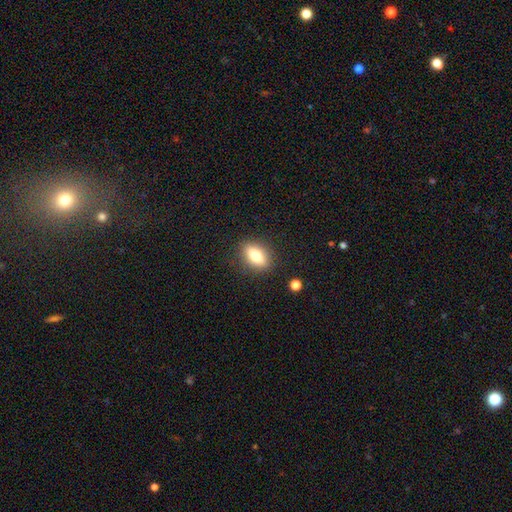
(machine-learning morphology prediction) Smooth or featured? smooth (71%)
How rounded? in between (77%)
Merging? none (87%)